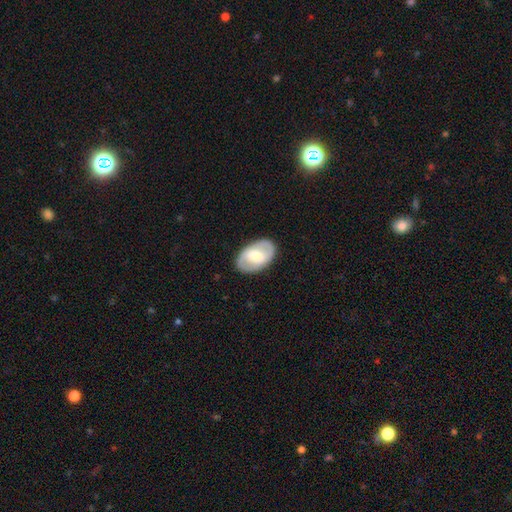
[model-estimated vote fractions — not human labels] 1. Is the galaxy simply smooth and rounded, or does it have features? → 56% featured or disk, 39% smooth, 5% star or artifact.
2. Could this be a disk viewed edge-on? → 94% no, 6% yes.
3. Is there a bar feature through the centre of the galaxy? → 45% weak, 27% strong, 27% no.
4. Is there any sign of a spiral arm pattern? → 59% yes, 41% no.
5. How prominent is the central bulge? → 54% moderate, 25% small, 16% large, 3% none, 2% dominant.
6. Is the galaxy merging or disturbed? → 86% none, 10% minor disturbance, 3% major disturbance, 1% merger.